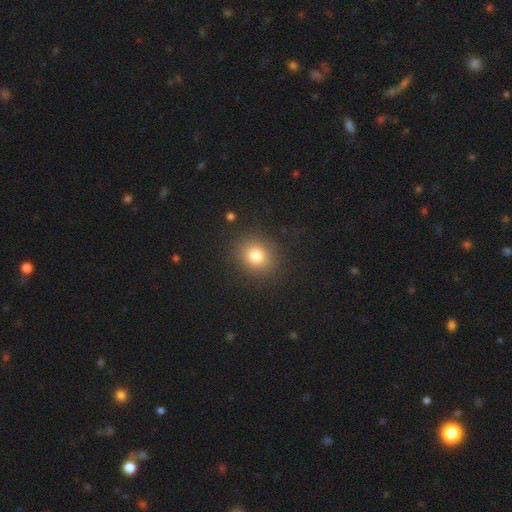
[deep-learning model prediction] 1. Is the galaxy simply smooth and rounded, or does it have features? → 80% smooth, 13% star or artifact, 7% featured or disk.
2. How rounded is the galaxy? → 77% round, 22% in between, 1% cigar-shaped.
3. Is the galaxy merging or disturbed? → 88% none, 7% minor disturbance, 3% major disturbance, 1% merger.